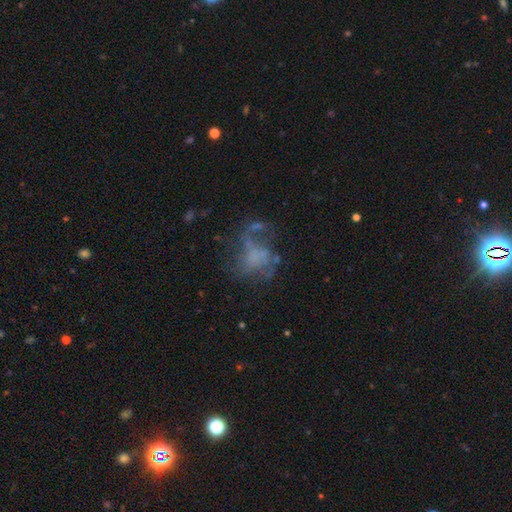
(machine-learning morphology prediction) featured or disk 54%, smooth 26%, star or artifact 20%. Down the decision tree: edge-on disk — no (98%); bar — no (86%); spiral arms — no (75%); bulge size — none (76%); merging — major disturbance (41%).